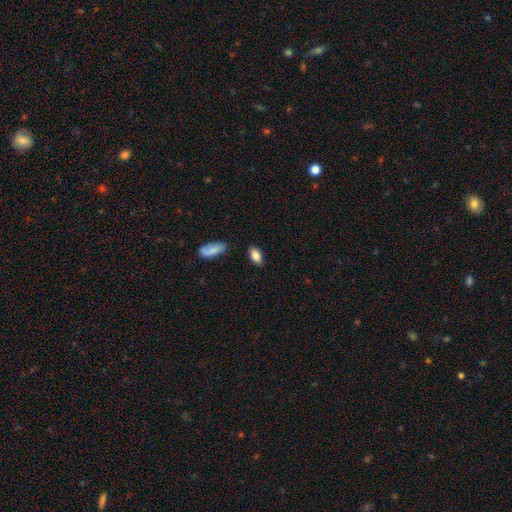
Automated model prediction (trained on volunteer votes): Smooth or featured: smooth — 83% (featured or disk — 10%)
How rounded: in between — 90% (cigar-shaped — 6%)
Merging: none — 83% (minor disturbance — 12%)